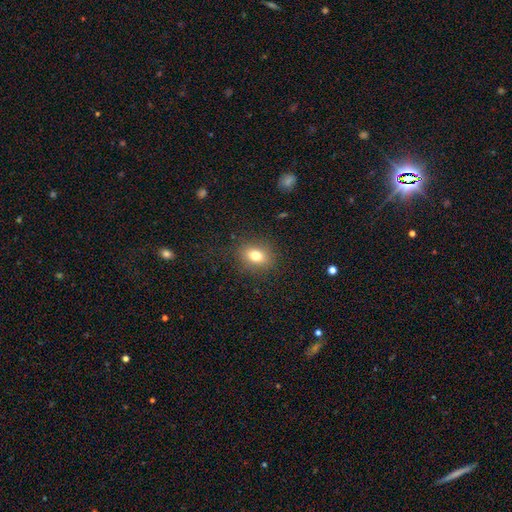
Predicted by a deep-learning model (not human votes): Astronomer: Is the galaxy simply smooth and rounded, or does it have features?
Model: smooth — 78%.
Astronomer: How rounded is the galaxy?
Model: in between — 62%.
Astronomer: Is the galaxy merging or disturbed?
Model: none — 85%.